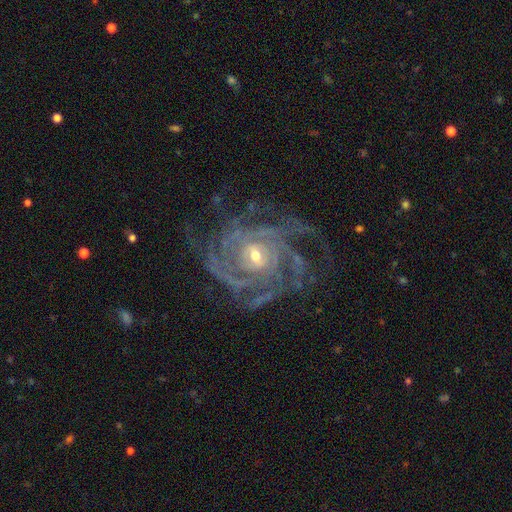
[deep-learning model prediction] featured or disk 91%, star or artifact 6%, smooth 3%. Down the decision tree: edge-on disk — no (97%); bar — no (58%); spiral arms — yes (97%); spiral arm count — 4 (25%); spiral winding — tight (66%); bulge size — small (58%); merging — none (69%).